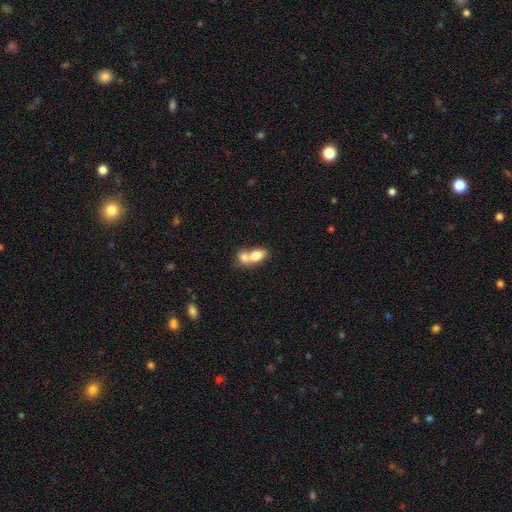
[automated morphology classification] This appears to be a smooth galaxy with no disk features (74%) that is in between round and cigar-shaped (75%). Merging: merger (73%).